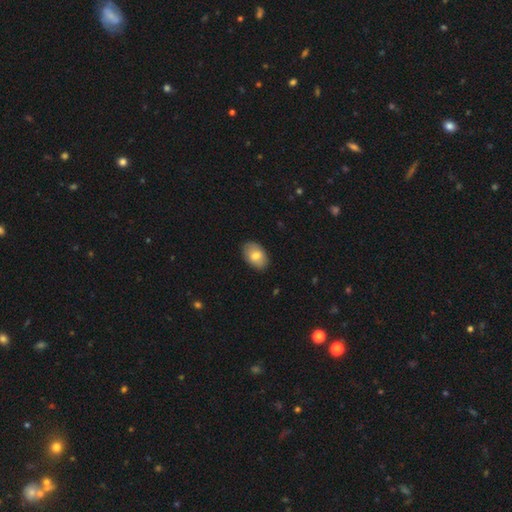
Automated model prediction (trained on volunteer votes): Smooth or featured: smooth — 76% (featured or disk — 17%)
How rounded: in between — 89% (round — 10%)
Merging: none — 86% (minor disturbance — 11%)